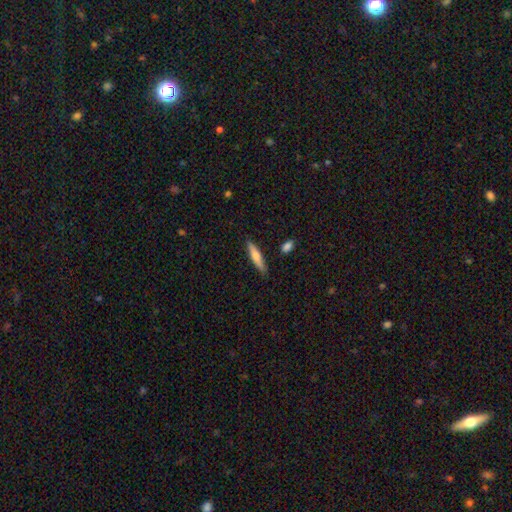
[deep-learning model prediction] This is likely a smooth galaxy (65%). How rounded: clearly cigar-shaped (82%). Merging: clearly none (86%).